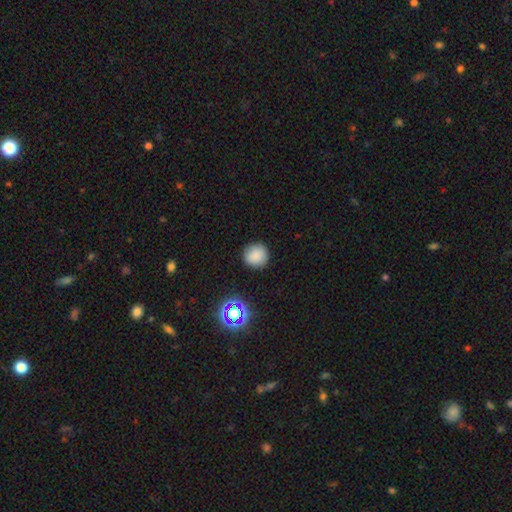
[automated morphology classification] smooth_or_featured: smooth (p=0.83) [alt: star or artifact p=0.13]
how_rounded: round (p=0.91) [alt: in between p=0.08]
merging: none (p=0.89) [alt: minor disturbance p=0.07]